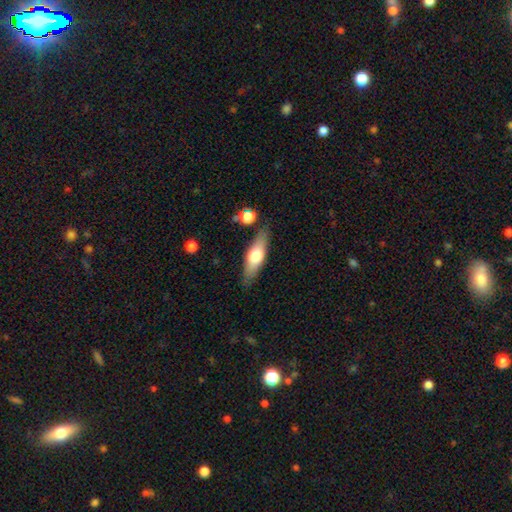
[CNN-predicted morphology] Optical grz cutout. It shows a smooth galaxy with no disk features (57%) that is in between round and cigar-shaped (50%). Merging: none (82%).